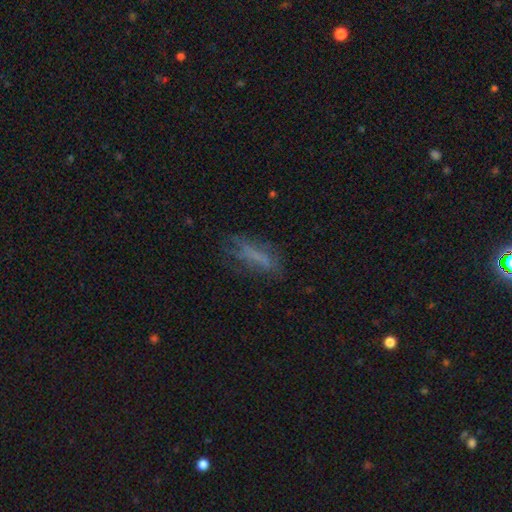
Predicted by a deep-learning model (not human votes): This appears to be a smooth galaxy with no disk features (52%) that is cigar-shaped (56%). Merging: none (56%).